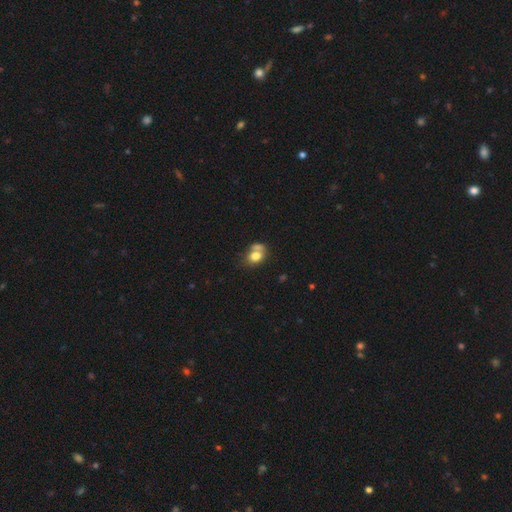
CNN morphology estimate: Smooth or featured?
  - smooth: 75% *
  - featured or disk: 15%
  - star or artifact: 10%
How rounded?
  - in between: 63% *
  - round: 35%
  - cigar-shaped: 1%
Merging?
  - merger: 38% *
  - none: 37%
  - minor disturbance: 16%
  - major disturbance: 9%